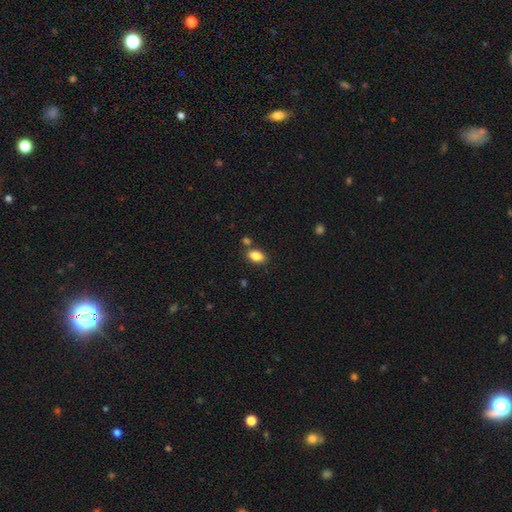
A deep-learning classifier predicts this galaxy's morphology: Smooth or featured? smooth (85%)
How rounded? in between (90%)
Merging? none (78%)